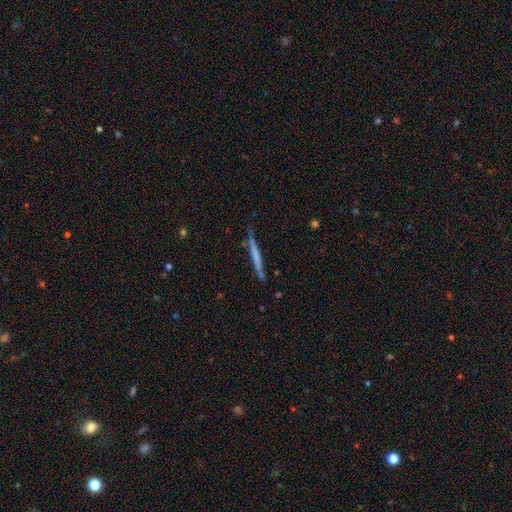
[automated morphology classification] Smooth or featured?
  - smooth: 49% *
  - featured or disk: 45%
  - star or artifact: 6%
Merging?
  - none: 82% *
  - minor disturbance: 13%
  - merger: 3%
  - major disturbance: 2%